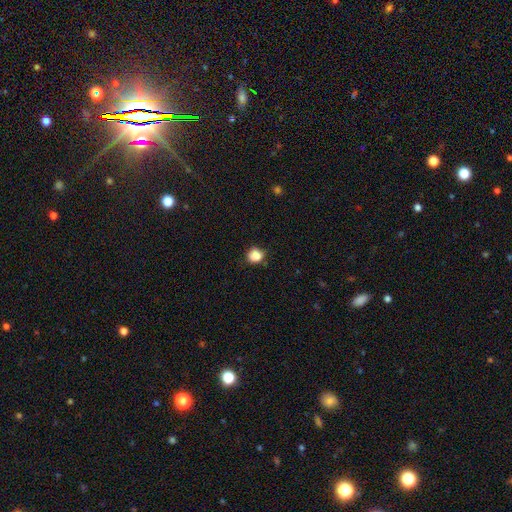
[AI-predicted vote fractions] A smooth galaxy with no disk features (85%) that is round (80%).

Vote fractions:
- Smooth or featured? smooth: 85% / star or artifact: 11% / featured or disk: 5%
- How rounded? round: 80% / in between: 19% / cigar-shaped: 1%
- Merging? none: 68% / minor disturbance: 24% / major disturbance: 5% / merger: 3%